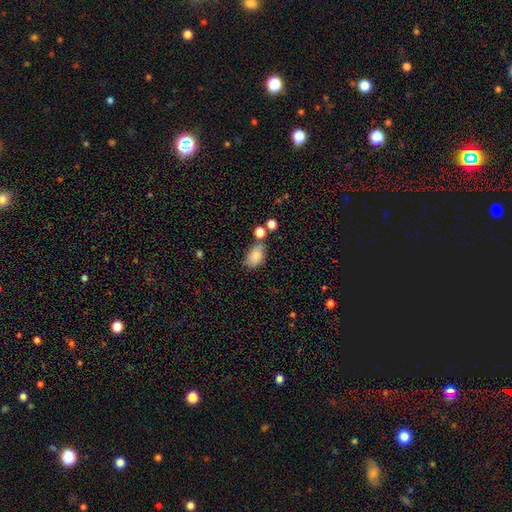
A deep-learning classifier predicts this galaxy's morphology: A smooth galaxy with no disk features (82%) that is in between round and cigar-shaped (88%).

Vote fractions:
- Smooth or featured? smooth: 82% / featured or disk: 9% / star or artifact: 9%
- How rounded? in between: 88% / round: 10% / cigar-shaped: 2%
- Merging? none: 61% / minor disturbance: 20% / merger: 13% / major disturbance: 6%